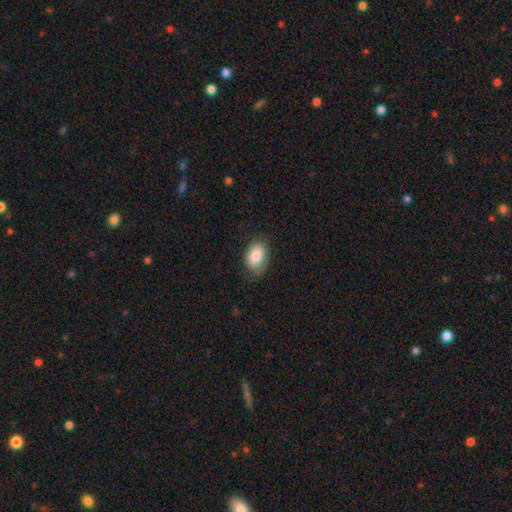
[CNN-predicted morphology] smooth-or-featured: smooth: 85% | featured or disk: 8% | star or artifact: 7%
  how-rounded: in between: 88% | round: 11% | cigar-shaped: 1%
  merging: none: 77% | minor disturbance: 18% | major disturbance: 4% | merger: 1%